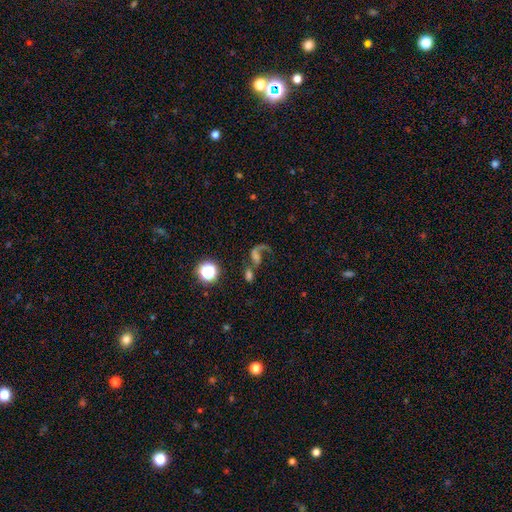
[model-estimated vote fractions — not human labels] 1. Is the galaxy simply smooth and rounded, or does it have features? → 55% featured or disk, 23% smooth, 21% star or artifact.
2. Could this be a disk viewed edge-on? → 95% no, 5% yes.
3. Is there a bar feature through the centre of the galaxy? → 60% no, 25% weak, 14% strong.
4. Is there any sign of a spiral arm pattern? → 78% yes, 22% no.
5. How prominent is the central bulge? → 40% none, 25% small, 20% moderate, 10% large, 5% dominant.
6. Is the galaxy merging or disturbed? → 33% merger, 30% none, 26% major disturbance, 11% minor disturbance.